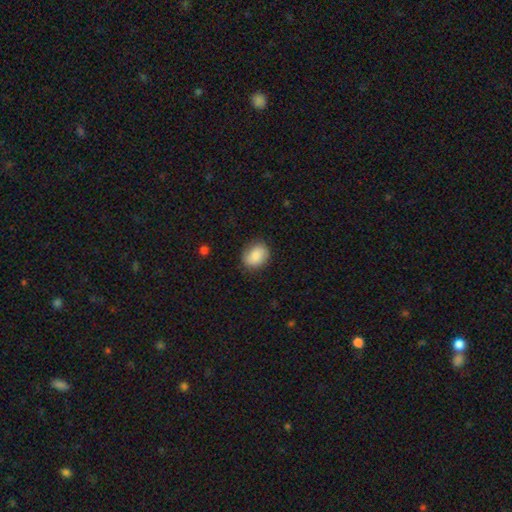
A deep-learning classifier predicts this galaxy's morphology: Overall: smooth (83%). How rounded: in between (50%; round 49%). Merging: none (79%).